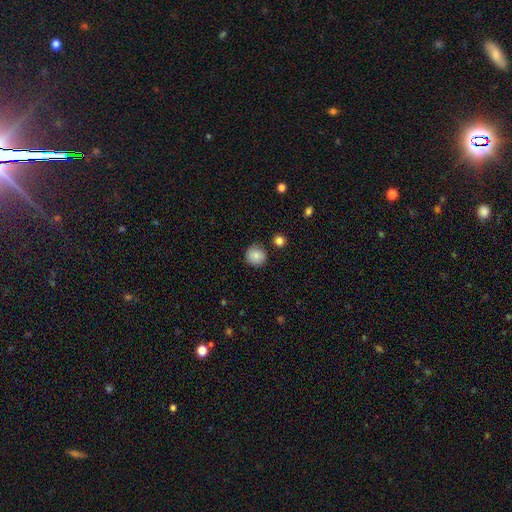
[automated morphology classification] This is clearly a smooth galaxy (84%). How rounded: clearly round (92%). Merging: clearly none (84%).